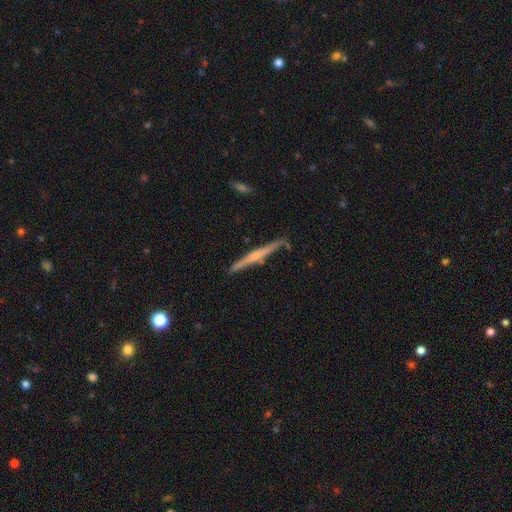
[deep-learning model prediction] Smooth or featured? Predicted: featured or disk (p=0.67). Edge-on disk? Predicted: yes (p=0.98). Edge-on bulge? Predicted: rounded (p=0.57). Merging? Predicted: none (p=0.86).